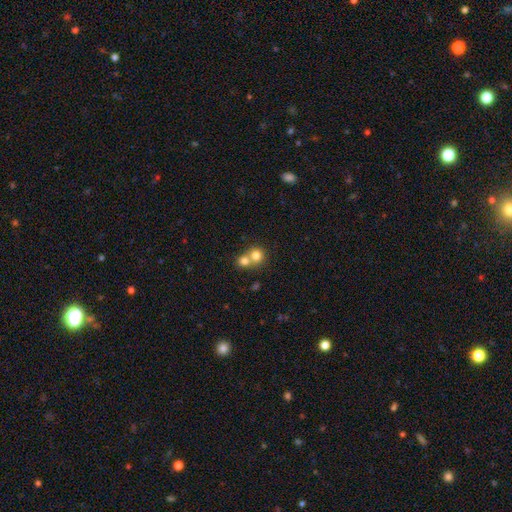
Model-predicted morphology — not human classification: type=smooth (78%); roundness=round (85%); merging=merger (59%).